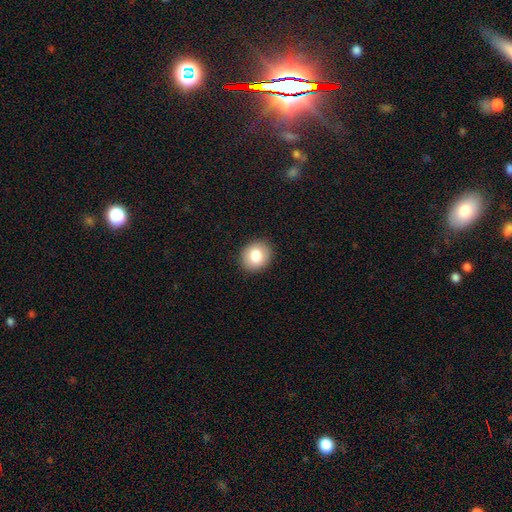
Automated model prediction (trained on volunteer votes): smooth 82%, featured or disk 9%, star or artifact 9%. Down the decision tree: how rounded — round (69%); merging — none (90%).